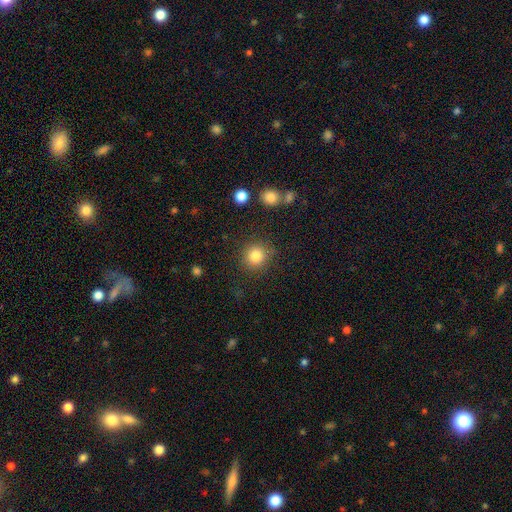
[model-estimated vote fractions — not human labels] The model was most divided on "smooth or featured": smooth: 84%, star or artifact: 11%, featured or disk: 6%. More confident: how rounded — round (89%); merging — none (84%).